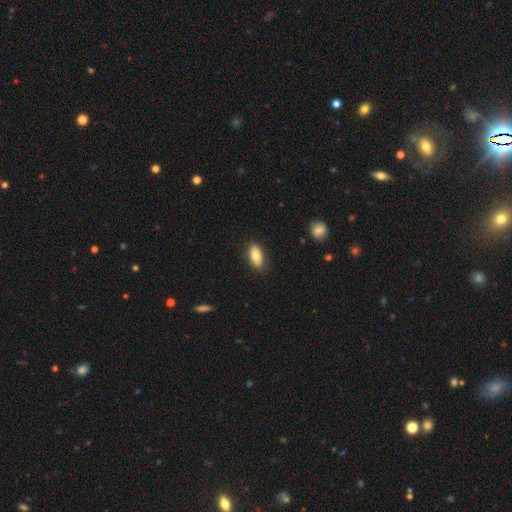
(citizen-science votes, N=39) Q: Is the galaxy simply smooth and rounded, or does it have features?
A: smooth — 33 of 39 (85%).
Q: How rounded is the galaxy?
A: in between — 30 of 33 (91%).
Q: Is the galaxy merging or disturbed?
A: none — 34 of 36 (94%).